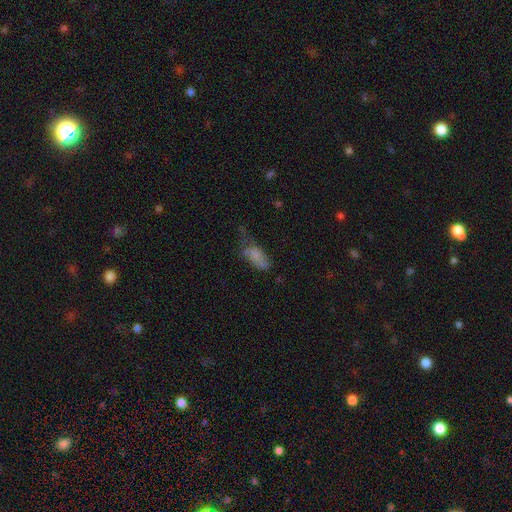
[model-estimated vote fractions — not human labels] A smooth galaxy with no disk features (69%) that is in between round and cigar-shaped (83%). Merging: minor disturbance (33%).